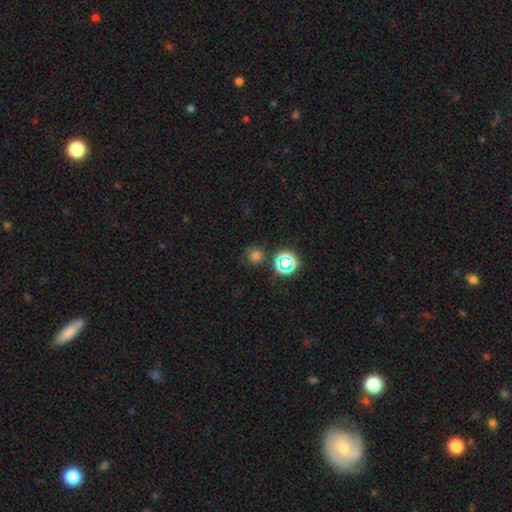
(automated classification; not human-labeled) Smooth or featured: smooth — 68% (star or artifact — 26%)
How rounded: round — 89% (in between — 10%)
Merging: none — 78% (minor disturbance — 13%)